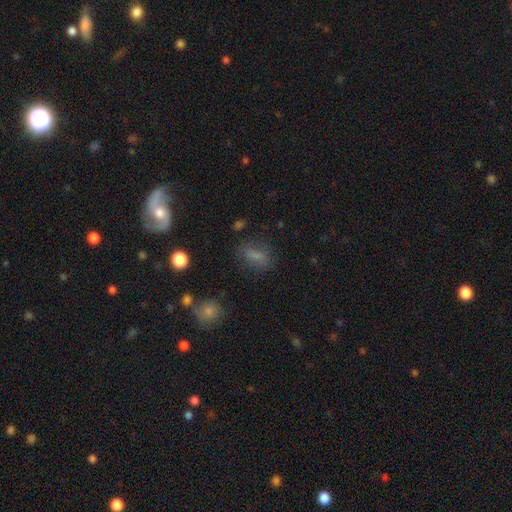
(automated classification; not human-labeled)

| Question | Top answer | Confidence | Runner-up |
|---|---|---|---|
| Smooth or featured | smooth | 72% | star or artifact (15%) |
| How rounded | in between | 70% | round (15%) |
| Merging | none | 72% | minor disturbance (16%) |